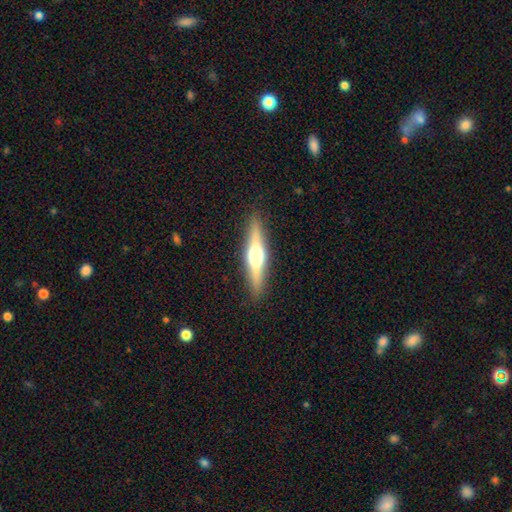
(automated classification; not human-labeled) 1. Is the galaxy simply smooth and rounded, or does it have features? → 66% featured or disk, 28% smooth, 6% star or artifact.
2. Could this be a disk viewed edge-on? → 96% yes, 4% no.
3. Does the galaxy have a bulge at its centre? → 94% rounded, 3% boxy, 2% none.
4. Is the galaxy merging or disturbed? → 90% none, 7% minor disturbance, 2% major disturbance, 1% merger.